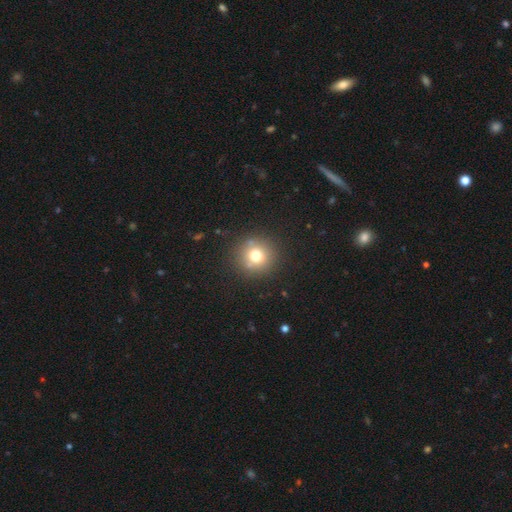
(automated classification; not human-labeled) Smooth or featured: smooth — 72% (star or artifact — 16%)
How rounded: round — 93% (in between — 6%)
Merging: none — 85% (minor disturbance — 8%)